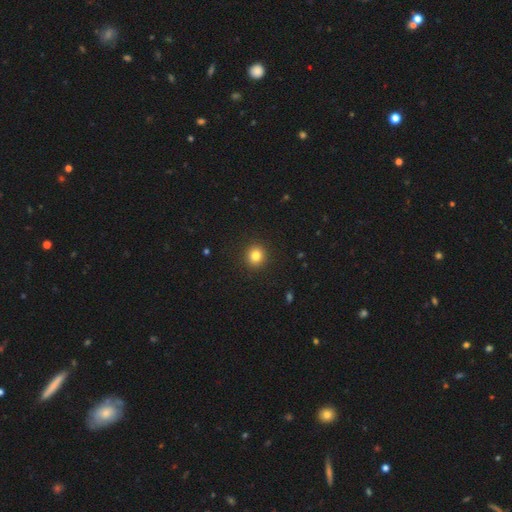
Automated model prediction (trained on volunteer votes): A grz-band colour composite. It shows a smooth galaxy with no disk features (83%) that is round (89%). Merging: none (92%).